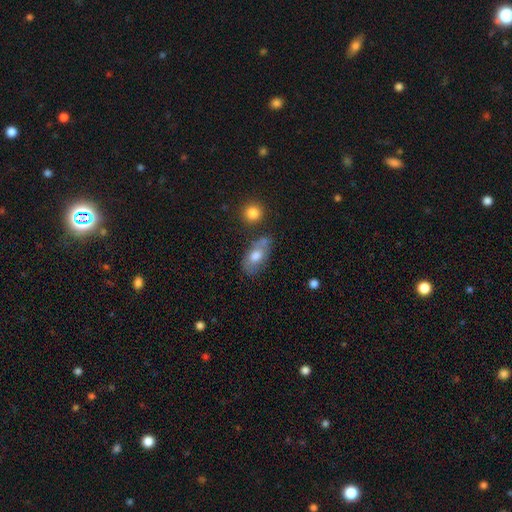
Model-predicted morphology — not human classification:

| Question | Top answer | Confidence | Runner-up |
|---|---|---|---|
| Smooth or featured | smooth | 70% | featured or disk (22%) |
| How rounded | in between | 88% | round (7%) |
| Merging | none | 54% | minor disturbance (22%) |